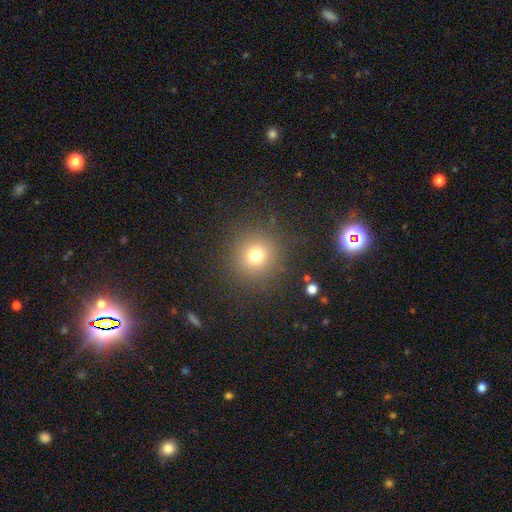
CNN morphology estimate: The model was most divided on "smooth or featured": smooth: 73%, star or artifact: 18%, featured or disk: 9%. More confident: how rounded — round (93%); merging — none (88%).